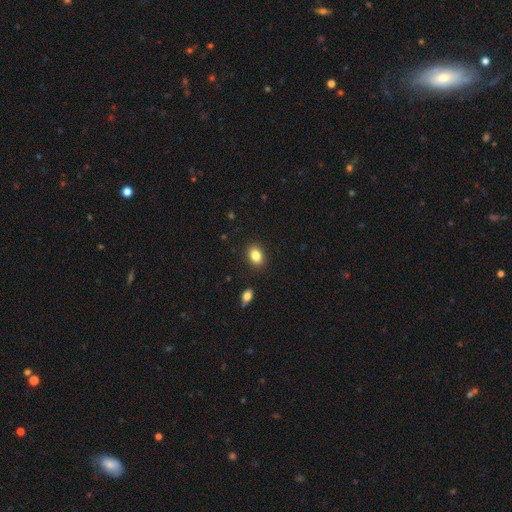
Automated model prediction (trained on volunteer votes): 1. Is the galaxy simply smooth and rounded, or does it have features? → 84% smooth, 9% star or artifact, 7% featured or disk.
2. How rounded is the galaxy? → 70% in between, 29% round, 1% cigar-shaped.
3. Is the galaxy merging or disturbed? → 89% none, 8% minor disturbance, 2% major disturbance, 2% merger.